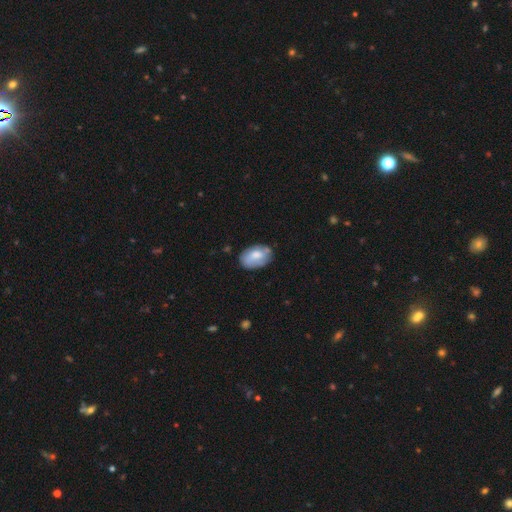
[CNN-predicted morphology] smooth-or-featured: smooth: 67% | featured or disk: 26% | star or artifact: 6%
  how-rounded: in between: 89% | round: 10% | cigar-shaped: 1%
  merging: none: 67% | minor disturbance: 24% | major disturbance: 6% | merger: 2%